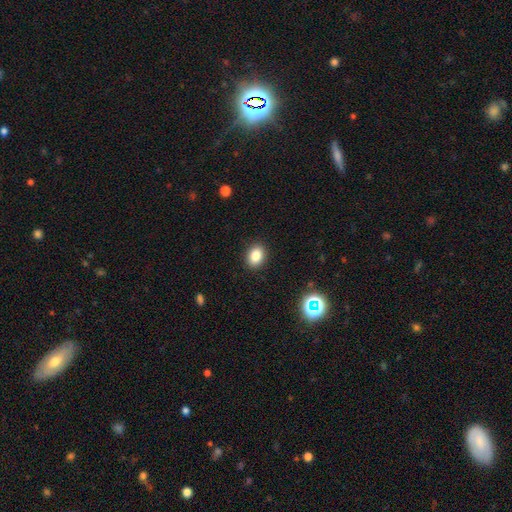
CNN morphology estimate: smooth 84%, star or artifact 11%, featured or disk 6%. Down the decision tree: how rounded — in between (70%); merging — none (90%).